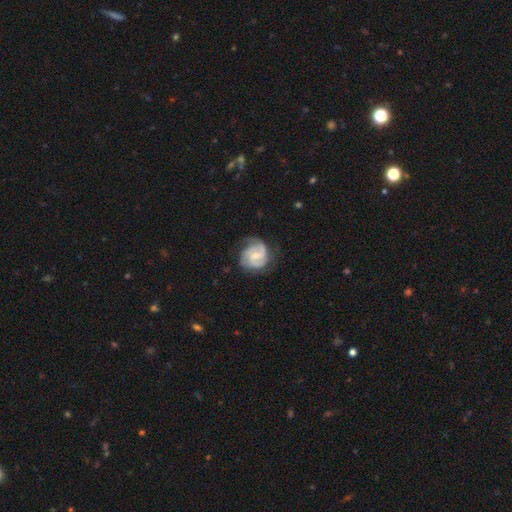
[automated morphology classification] The model was most divided on "spiral arm count": 2: 37%, 3: 36%, can't tell: 15%, 4: 5%, 1: 4%, more than 4: 3%. Remaining: edge-on disk — no (98%); spiral arms — yes (94%); smooth or featured — featured or disk (78%); merging — none (64%); bulge size — small (54%); bar — no (50%); spiral winding — tight (45%).